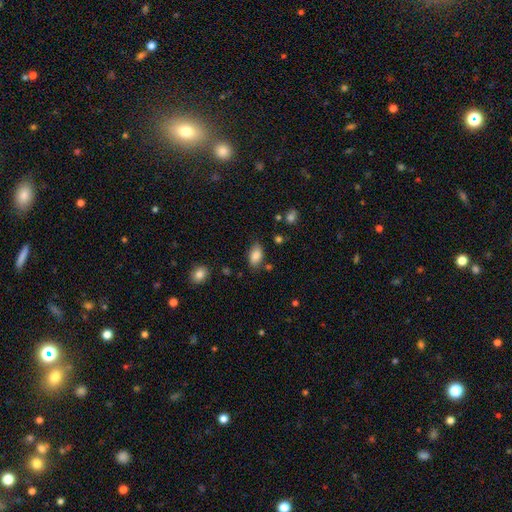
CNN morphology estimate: Overall: smooth (85%). How rounded: in between (92%). Merging: none (78%).